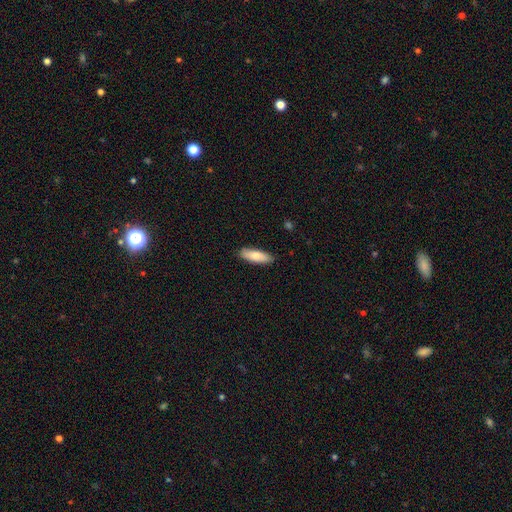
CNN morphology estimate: Smooth or featured?
  - smooth: 79% *
  - featured or disk: 16%
  - star or artifact: 6%
How rounded?
  - in between: 56% *
  - cigar-shaped: 42%
  - round: 2%
Merging?
  - none: 88% *
  - minor disturbance: 9%
  - major disturbance: 2%
  - merger: 1%